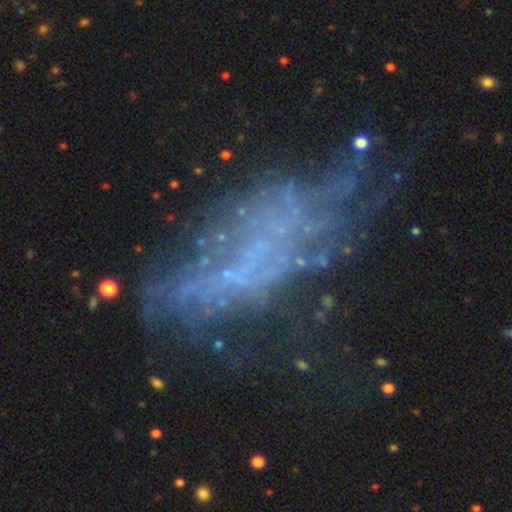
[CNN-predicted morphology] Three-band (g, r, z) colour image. It shows a featured or disk galaxy (52%). Merging: none (43%).